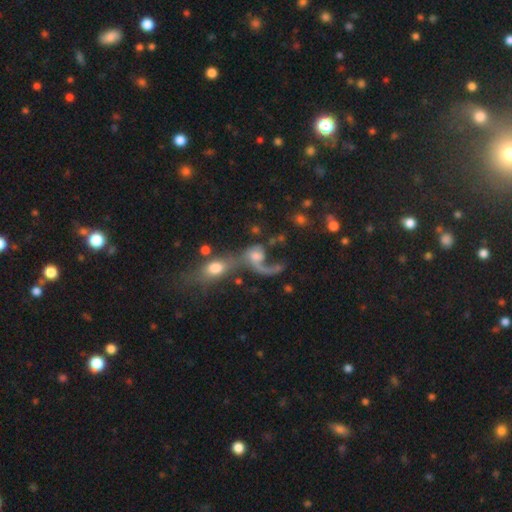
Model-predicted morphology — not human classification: This is possibly a featured or disk galaxy (53%). It is clearly not viewed edge-on (94%). Merging: possibly merger (56%).